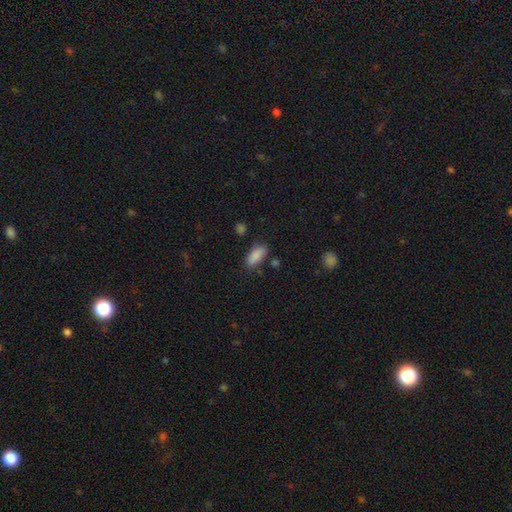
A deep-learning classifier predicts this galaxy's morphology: Smooth or featured? smooth (88%)
How rounded? in between (80%)
Merging? none (81%)